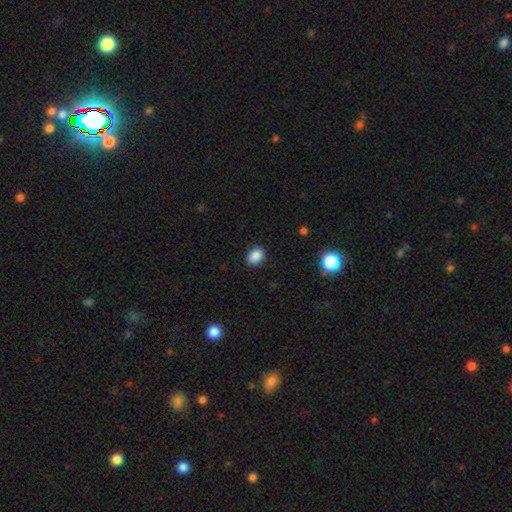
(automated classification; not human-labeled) Smooth or featured: smooth — 87% (star or artifact — 10%)
How rounded: in between — 59% (round — 40%)
Merging: none — 87% (minor disturbance — 9%)